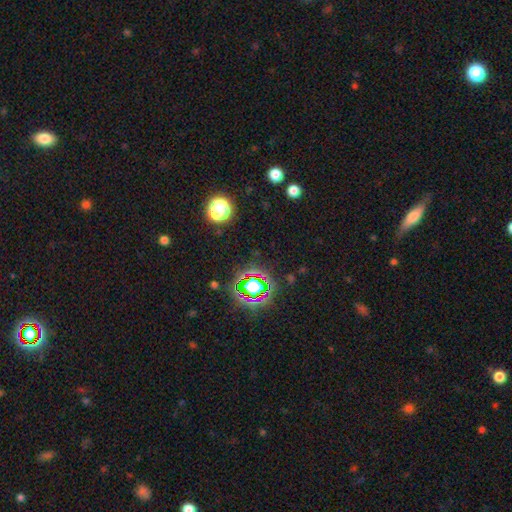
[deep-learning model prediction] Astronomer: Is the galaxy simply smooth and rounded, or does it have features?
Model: star or artifact — 72%.